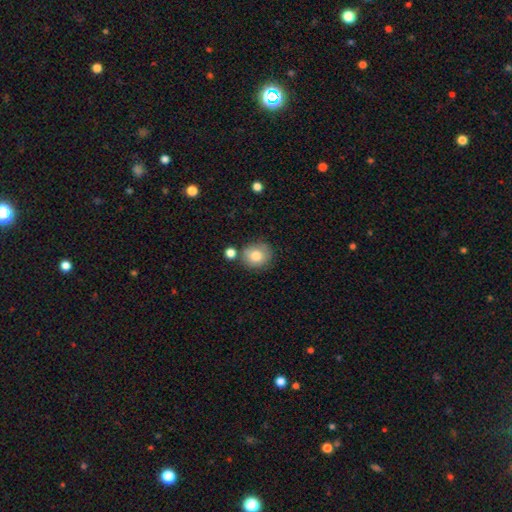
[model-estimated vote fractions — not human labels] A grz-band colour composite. It shows a smooth galaxy with no disk features (81%) that is round (79%). Merging: none (71%).